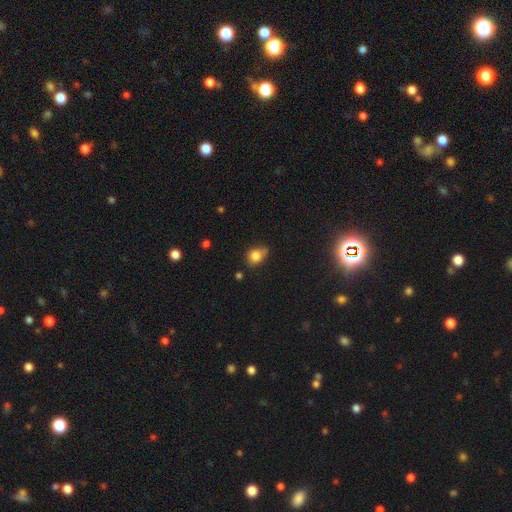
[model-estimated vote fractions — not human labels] This appears to be a smooth galaxy with no disk features (80%) that is round (58%). Merging: none (51%).